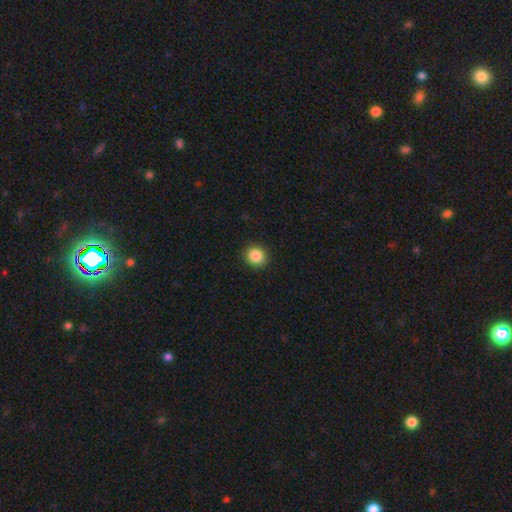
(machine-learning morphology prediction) smooth_or_featured: smooth (p=0.86) [alt: star or artifact p=0.09]
how_rounded: round (p=0.86) [alt: in between p=0.14]
merging: none (p=0.91) [alt: minor disturbance p=0.06]